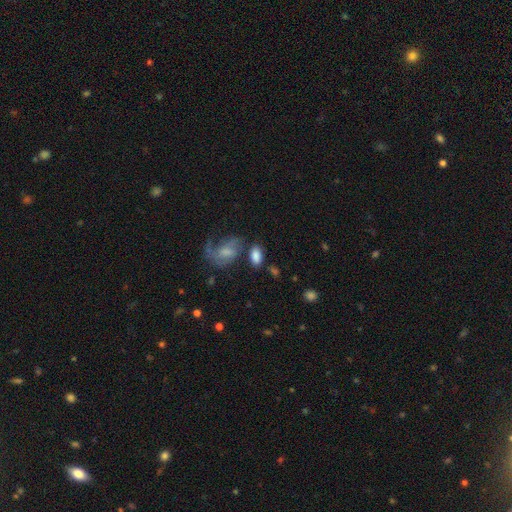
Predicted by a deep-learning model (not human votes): A smooth galaxy with no disk features (82%) that is in between round and cigar-shaped (91%).

Vote fractions:
- Smooth or featured? smooth: 82% / featured or disk: 11% / star or artifact: 7%
- How rounded? in between: 91% / round: 6% / cigar-shaped: 3%
- Merging? none: 62% / minor disturbance: 17% / merger: 14% / major disturbance: 8%